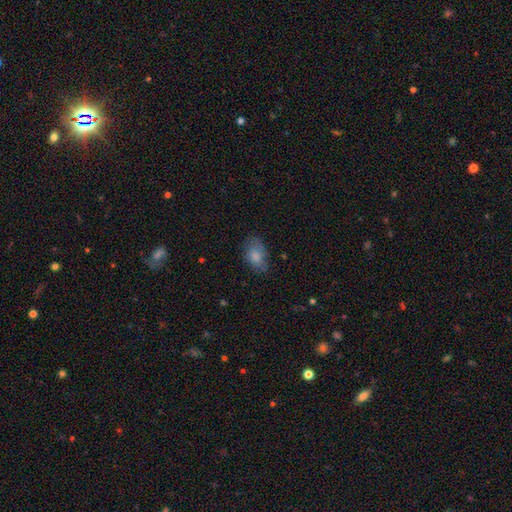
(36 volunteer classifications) This appears to be a smooth galaxy with no disk features (78%) that is in between round and cigar-shaped (93%). Merging: none (59%).